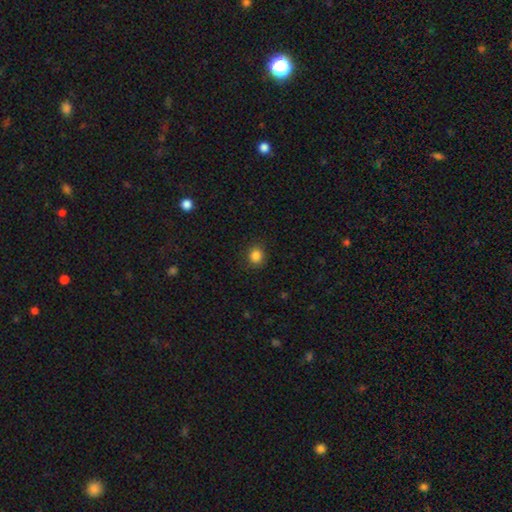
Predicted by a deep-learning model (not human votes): The model was most divided on "how rounded": round: 82%, in between: 17%, cigar-shaped: 1%. More confident: merging — none (88%); smooth or featured — smooth (85%).